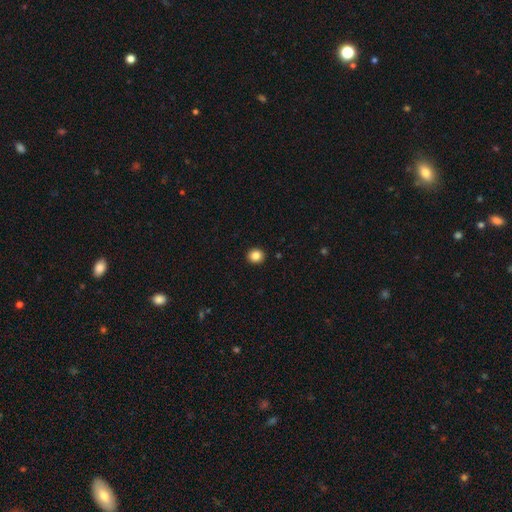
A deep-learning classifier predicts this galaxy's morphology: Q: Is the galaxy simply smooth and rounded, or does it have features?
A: smooth — 85%.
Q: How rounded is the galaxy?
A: round — 86%.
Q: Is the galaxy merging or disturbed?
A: none — 93%.